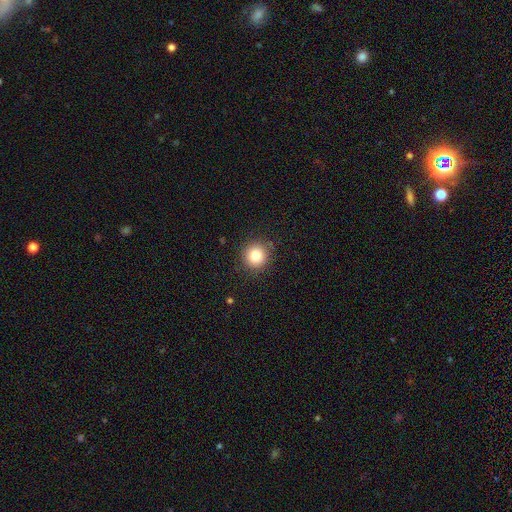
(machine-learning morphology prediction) Smooth or featured?
  - smooth: 82% *
  - star or artifact: 11%
  - featured or disk: 7%
How rounded?
  - round: 94% *
  - in between: 5%
  - cigar-shaped: 1%
Merging?
  - none: 89% *
  - minor disturbance: 7%
  - major disturbance: 2%
  - merger: 1%